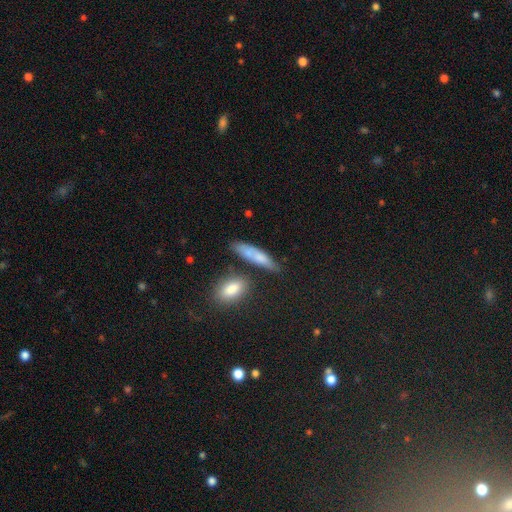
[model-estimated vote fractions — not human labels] Q: Smooth or featured?
A: smooth (68%); runner-up: featured or disk (24%)
Q: How rounded?
A: cigar-shaped (66%); runner-up: in between (30%)
Q: Merging?
A: none (65%); runner-up: minor disturbance (18%)